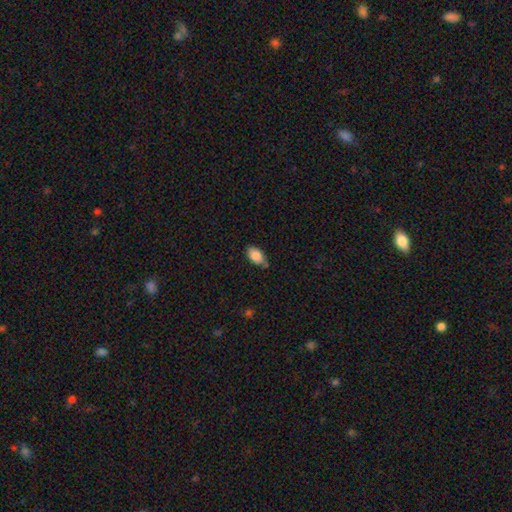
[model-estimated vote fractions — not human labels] A smooth galaxy with no disk features (84%) that is in between round and cigar-shaped (91%). Merging: none (63%).